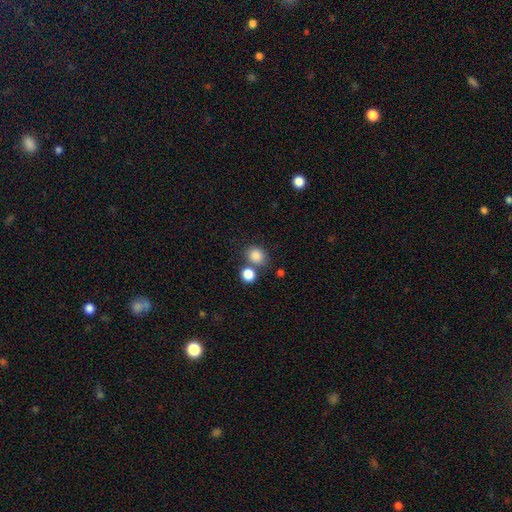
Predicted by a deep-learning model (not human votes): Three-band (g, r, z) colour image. It shows a smooth galaxy with no disk features (85%) that is round (68%). Merging: none (67%).